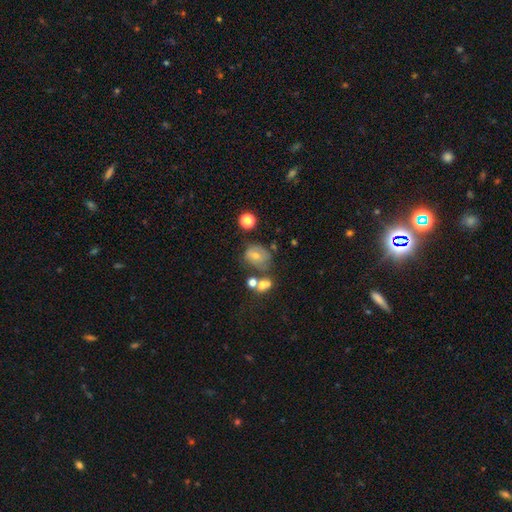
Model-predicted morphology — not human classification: smooth_or_featured: smooth (p=0.51) [alt: featured or disk p=0.36]
how_rounded: round (p=0.54) [alt: in between p=0.45]
merging: none (p=0.46) [alt: minor disturbance p=0.23]